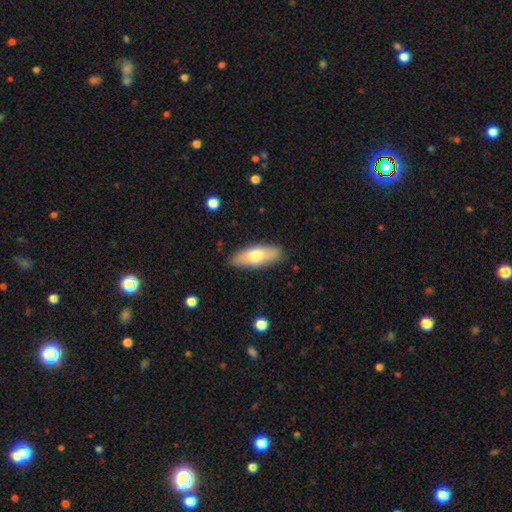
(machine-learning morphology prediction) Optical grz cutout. It shows a smooth galaxy with no disk features (66%) that is in between round and cigar-shaped (70%). Merging: none (86%).